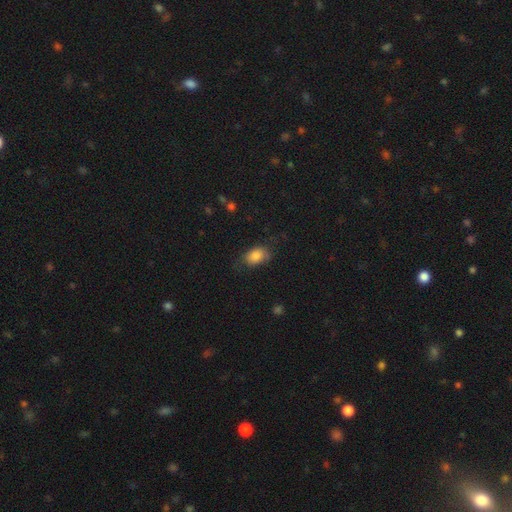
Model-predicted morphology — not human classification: Smooth or featured: smooth — 83% (featured or disk — 9%)
How rounded: in between — 82% (round — 17%)
Merging: none — 64% (minor disturbance — 26%)